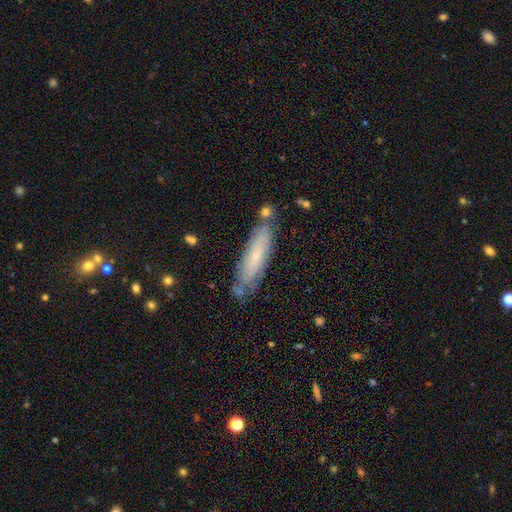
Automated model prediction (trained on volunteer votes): The model was most divided on "smooth or featured": smooth: 52%, featured or disk: 41%, star or artifact: 8%. More confident: merging — none (72%); how rounded — cigar-shaped (67%).